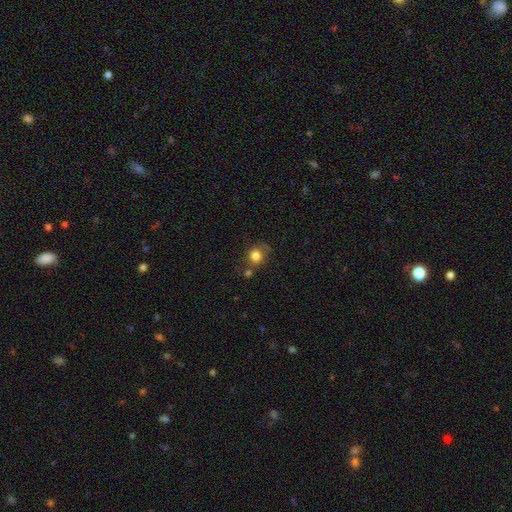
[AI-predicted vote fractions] A smooth galaxy with no disk features (81%) that is round (81%).

Vote fractions:
- Smooth or featured? smooth: 81% / star or artifact: 11% / featured or disk: 8%
- How rounded? round: 81% / in between: 18% / cigar-shaped: 1%
- Merging? none: 61% / minor disturbance: 18% / merger: 13% / major disturbance: 8%